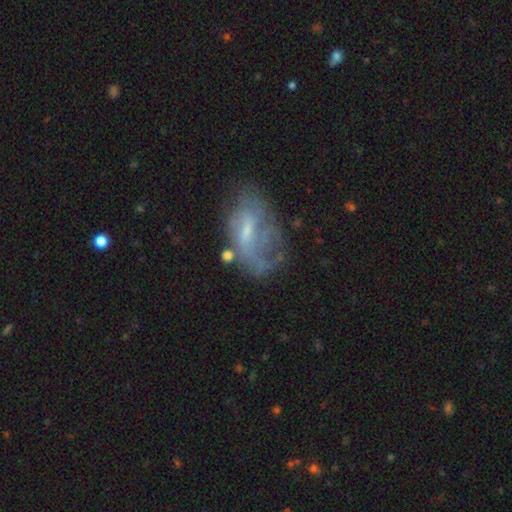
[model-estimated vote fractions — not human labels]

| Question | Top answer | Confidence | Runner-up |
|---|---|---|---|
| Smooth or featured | featured or disk | 58% | smooth (28%) |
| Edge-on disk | no | 93% | yes (7%) |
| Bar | weak | 45% | no (43%) |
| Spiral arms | yes | 58% | no (42%) |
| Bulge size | small | 49% | moderate (29%) |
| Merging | none | 51% | minor disturbance (24%) |